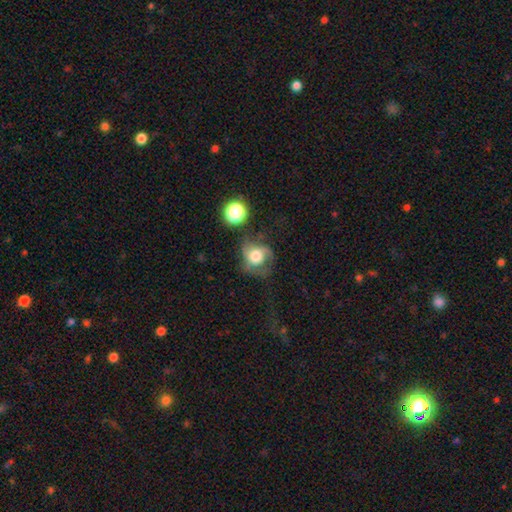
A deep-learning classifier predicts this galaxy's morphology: smooth-or-featured: smooth: 48% | featured or disk: 42% | star or artifact: 10%
  merging: none: 38% | major disturbance: 33% | minor disturbance: 24% | merger: 5%